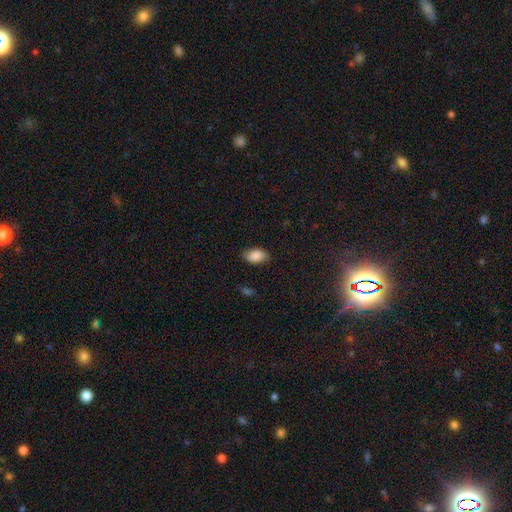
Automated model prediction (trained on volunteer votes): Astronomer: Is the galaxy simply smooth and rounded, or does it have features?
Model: smooth — 87%.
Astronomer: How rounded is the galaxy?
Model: in between — 92%.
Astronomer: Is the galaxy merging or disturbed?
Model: none — 83%.